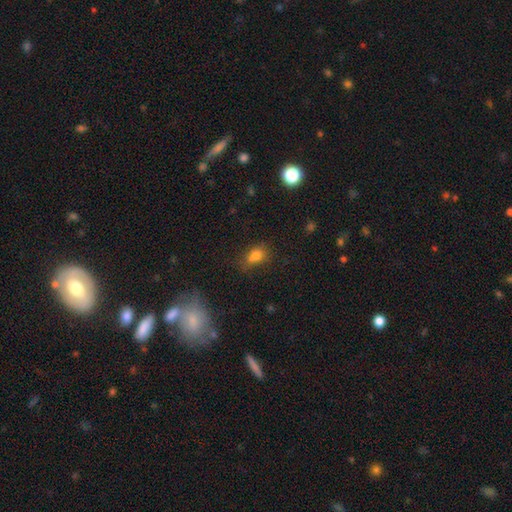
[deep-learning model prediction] A smooth galaxy with no disk features (76%) that is in between round and cigar-shaped (66%). Merging: none (56%).